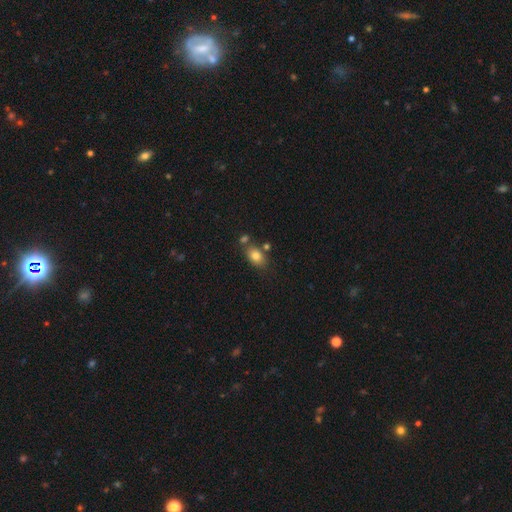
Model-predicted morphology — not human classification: Smooth or featured? smooth (80%)
How rounded? in between (78%)
Merging? none (67%)